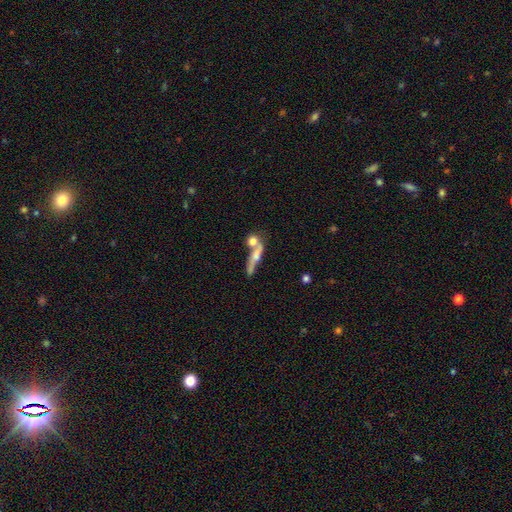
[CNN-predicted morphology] smooth-or-featured: featured or disk: 47% | smooth: 43% | star or artifact: 10%
  merging: merger: 40% | none: 35% | minor disturbance: 13% | major disturbance: 12%